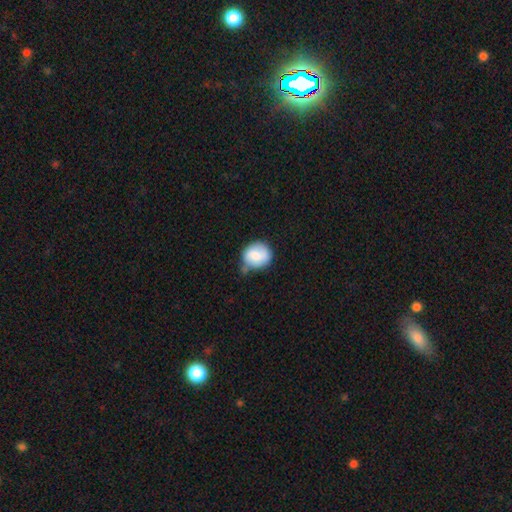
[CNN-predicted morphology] smooth_or_featured: smooth (p=0.78) [alt: featured or disk p=0.15]
how_rounded: round (p=0.79) [alt: in between p=0.20]
merging: none (p=0.47) [alt: minor disturbance p=0.35]